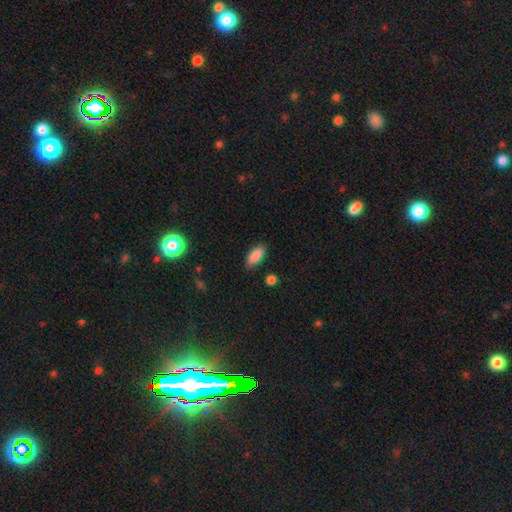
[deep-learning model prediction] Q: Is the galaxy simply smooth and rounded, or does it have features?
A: smooth — 87%.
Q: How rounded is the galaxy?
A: in between — 86%.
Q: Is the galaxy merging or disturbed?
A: none — 83%.